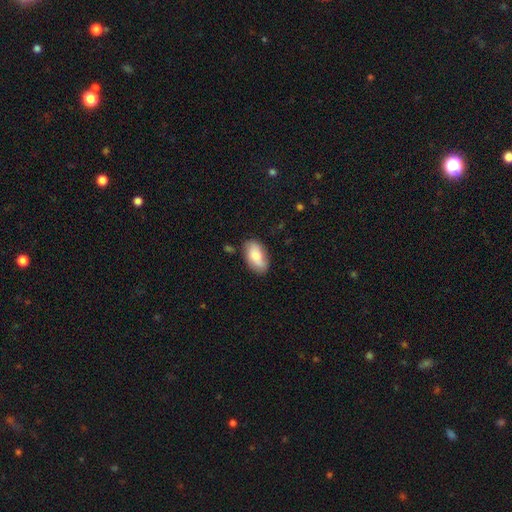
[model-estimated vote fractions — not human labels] Morphology: type=smooth (72%); roundness=in between (93%); merging=none (77%).